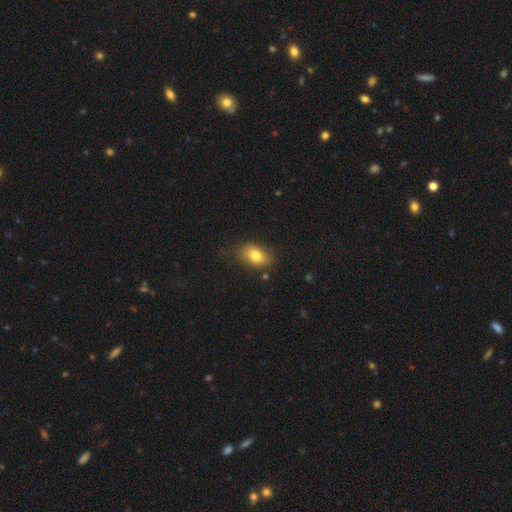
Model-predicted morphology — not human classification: A smooth galaxy with no disk features (79%) that is in between round and cigar-shaped (81%). Merging: none (75%).